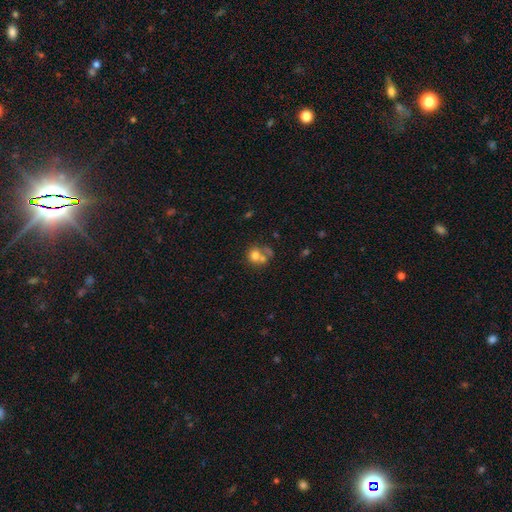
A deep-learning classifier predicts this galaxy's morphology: The model was most divided on "merging": merger: 46%, none: 36%, minor disturbance: 10%, major disturbance: 8%. More confident: how rounded — round (74%); smooth or featured — smooth (71%).